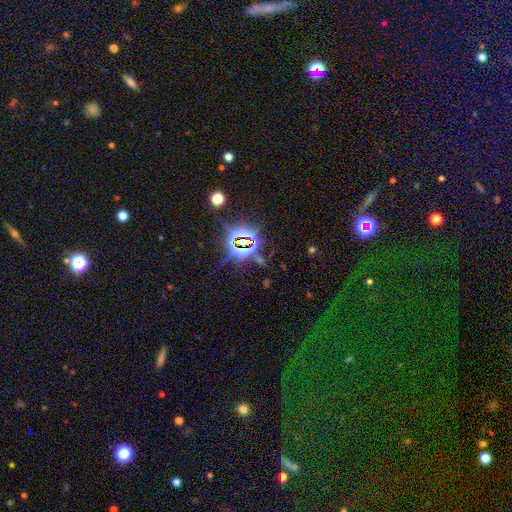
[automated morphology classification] Overall: star or artifact (82%).